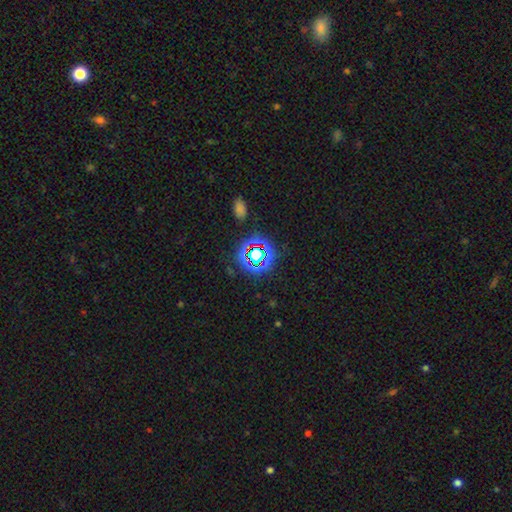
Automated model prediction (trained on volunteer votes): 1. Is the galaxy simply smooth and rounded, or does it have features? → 71% star or artifact, 19% smooth, 10% featured or disk.